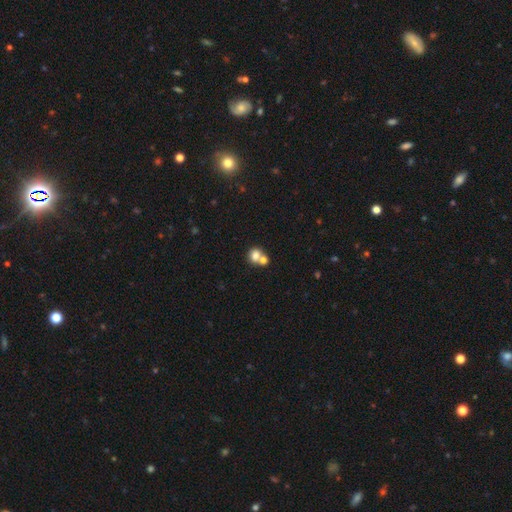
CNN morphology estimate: Smooth or featured? Predicted: smooth (p=0.76). How rounded? Predicted: round (p=0.66). Merging? Predicted: merger (p=0.59).